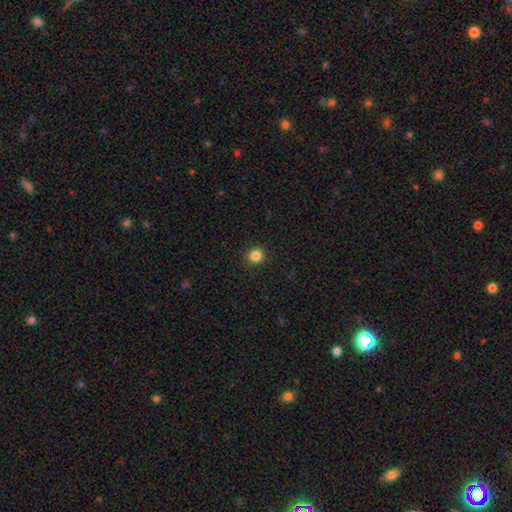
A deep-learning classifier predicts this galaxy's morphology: Smooth or featured? smooth (85%)
How rounded? round (92%)
Merging? none (92%)